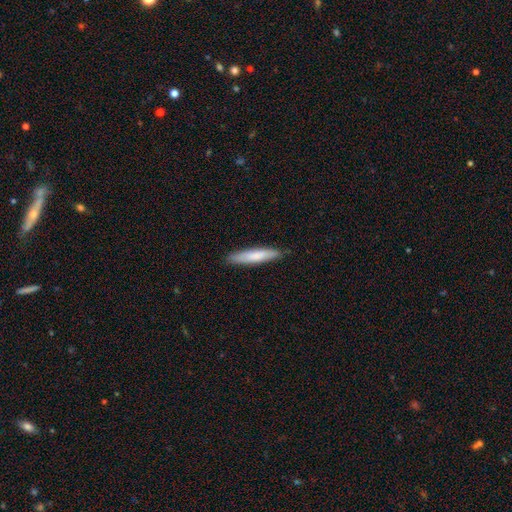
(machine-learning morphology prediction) This appears to be a smooth galaxy with no disk features (77%) that is cigar-shaped (89%). Merging: none (89%).